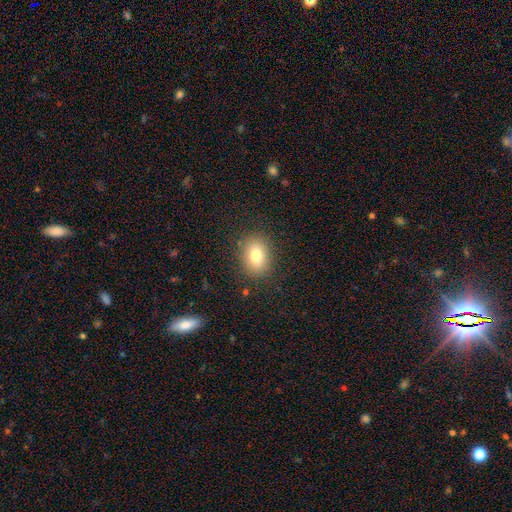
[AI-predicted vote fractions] Q: Smooth or featured?
A: smooth (79%); runner-up: featured or disk (11%)
Q: How rounded?
A: in between (61%); runner-up: round (37%)
Q: Merging?
A: none (86%); runner-up: minor disturbance (9%)